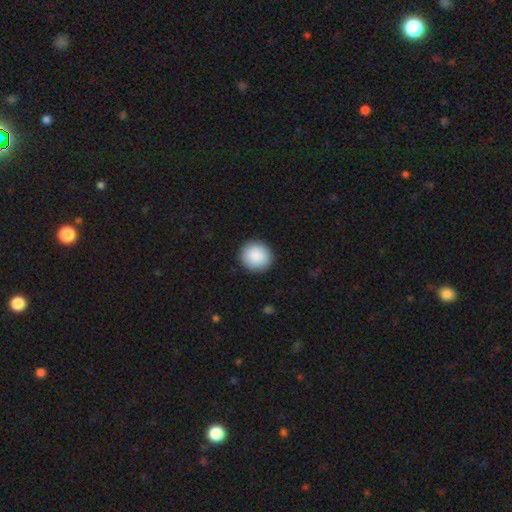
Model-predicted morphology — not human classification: smooth-or-featured: smooth: 90% | star or artifact: 7% | featured or disk: 3%
  how-rounded: round: 93% | in between: 6% | cigar-shaped: 1%
  merging: none: 92% | minor disturbance: 5% | major disturbance: 2% | merger: 1%